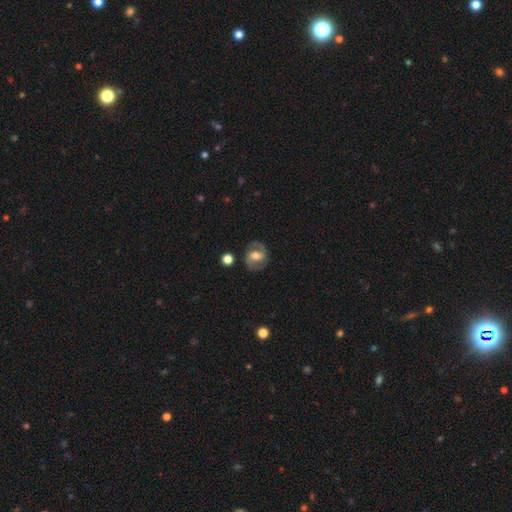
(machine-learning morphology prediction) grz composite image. It shows a featured or disk galaxy (66%) with a weak bar (45%), 2 (86%) medium (51%) spiral arms (80%) and a moderate central bulge (65%). Merging: none (79%).